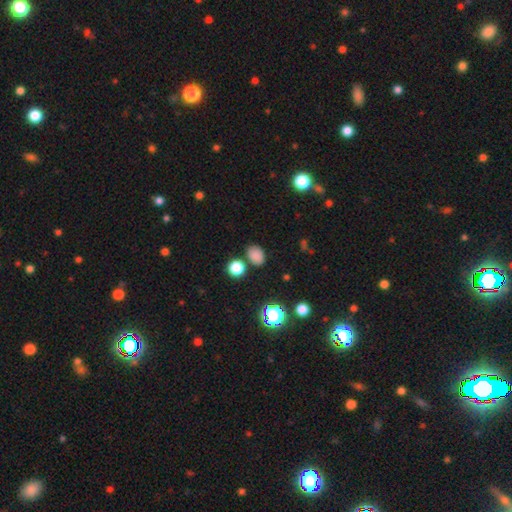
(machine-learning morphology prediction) This appears to be a smooth galaxy with no disk features (79%) that is in between round and cigar-shaped (61%). Merging: none (76%).